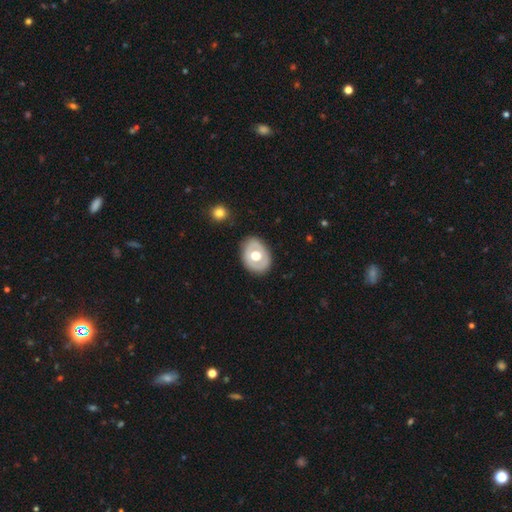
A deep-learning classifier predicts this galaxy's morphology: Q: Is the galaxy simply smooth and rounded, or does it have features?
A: featured or disk — 49%.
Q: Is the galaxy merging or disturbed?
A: none — 83%.